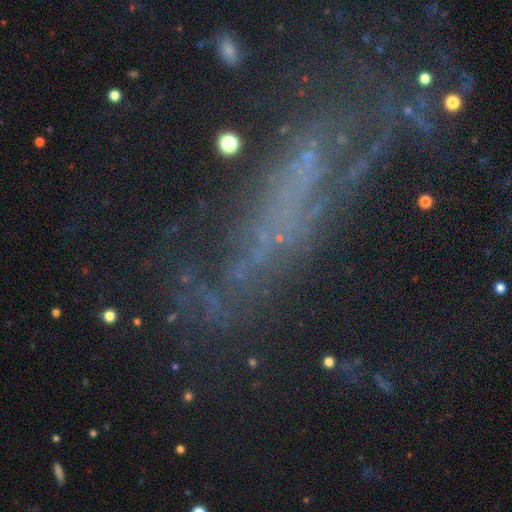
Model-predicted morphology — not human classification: This appears to be a featured or disk galaxy (44%). Merging: none (52%).